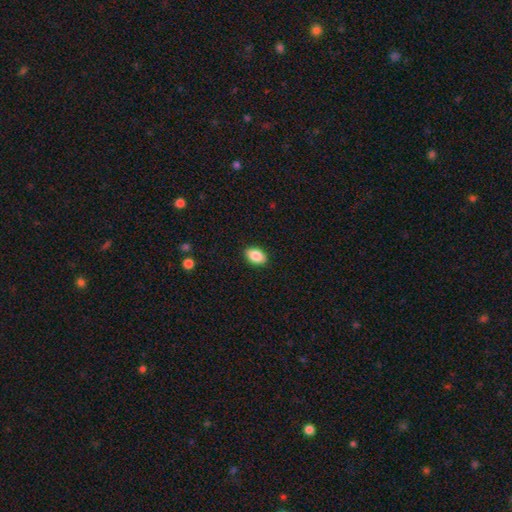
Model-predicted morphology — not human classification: Smooth or featured: smooth — 88% (star or artifact — 7%)
How rounded: in between — 89% (round — 10%)
Merging: none — 89% (minor disturbance — 8%)